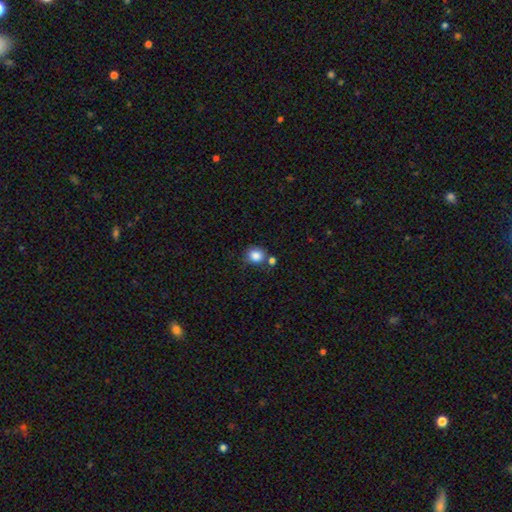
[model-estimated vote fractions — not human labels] This appears to be a smooth galaxy with no disk features (85%) that is round (77%). Merging: none (67%).